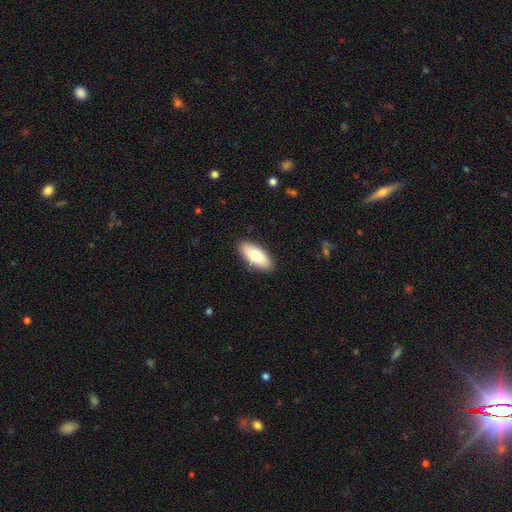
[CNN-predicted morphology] Smooth or featured: smooth — 80% (featured or disk — 14%)
How rounded: in between — 85% (cigar-shaped — 13%)
Merging: none — 89% (minor disturbance — 8%)